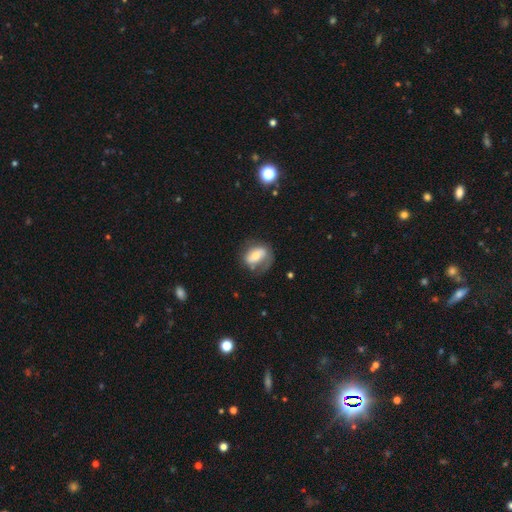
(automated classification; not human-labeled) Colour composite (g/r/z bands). It shows a smooth galaxy with no disk features (48%). Merging: none (53%).